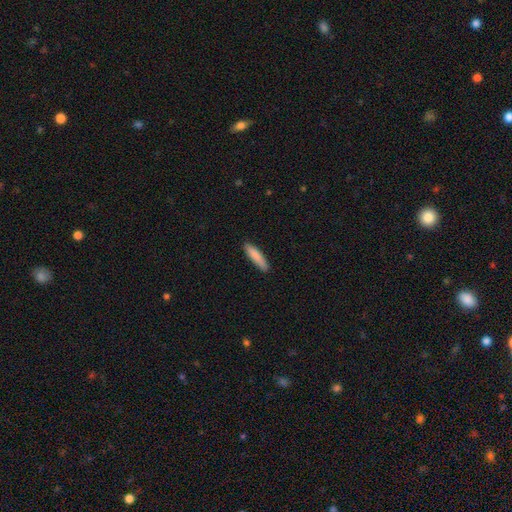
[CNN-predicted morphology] Q: Smooth or featured?
A: smooth (85%); runner-up: featured or disk (9%)
Q: How rounded?
A: cigar-shaped (80%); runner-up: in between (19%)
Q: Merging?
A: none (87%); runner-up: minor disturbance (10%)